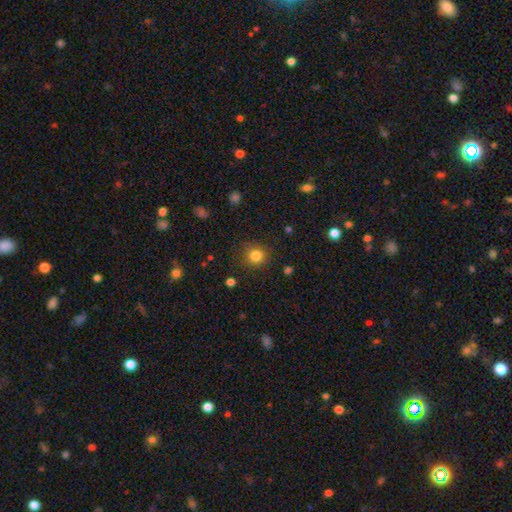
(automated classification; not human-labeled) Smooth or featured? Predicted: smooth (p=0.83). How rounded? Predicted: round (p=0.88). Merging? Predicted: none (p=0.86).